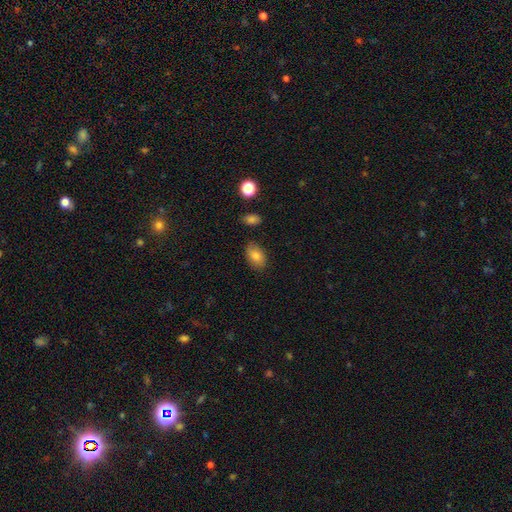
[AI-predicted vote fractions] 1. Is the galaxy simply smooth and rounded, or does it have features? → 81% smooth, 10% featured or disk, 9% star or artifact.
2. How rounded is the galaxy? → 86% in between, 13% round, 1% cigar-shaped.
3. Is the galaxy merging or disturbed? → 82% none, 12% minor disturbance, 3% major disturbance, 2% merger.